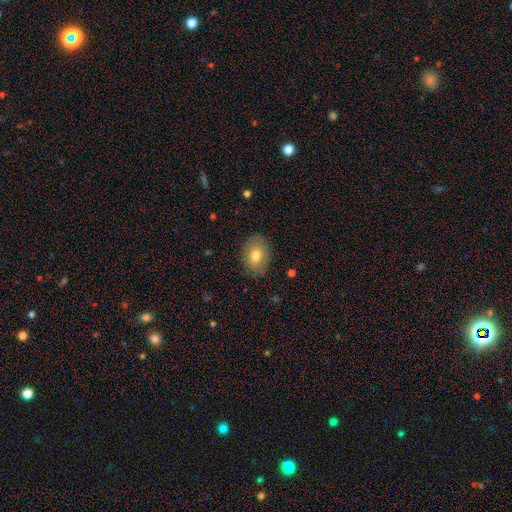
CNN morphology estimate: Smooth or featured: smooth — 77% (featured or disk — 15%)
How rounded: in between — 76% (round — 23%)
Merging: none — 86% (minor disturbance — 10%)